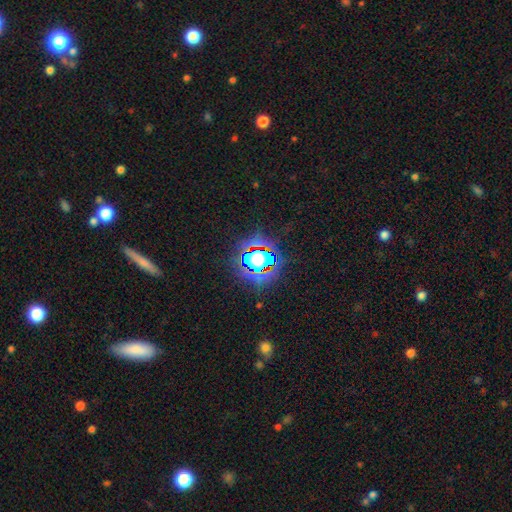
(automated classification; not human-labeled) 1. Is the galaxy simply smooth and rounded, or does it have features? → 80% star or artifact, 12% smooth, 8% featured or disk.